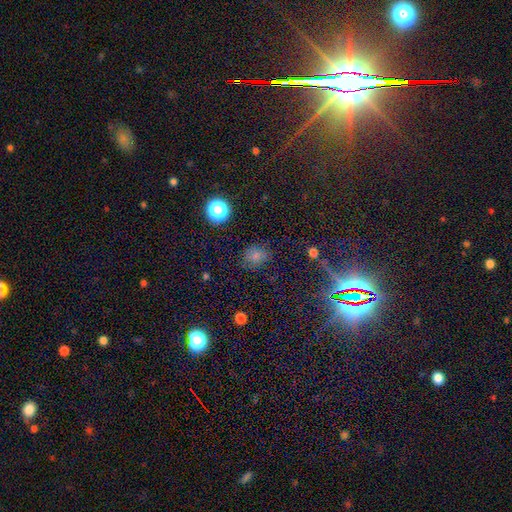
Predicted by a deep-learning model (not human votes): Smooth or featured?
  - smooth: 72% *
  - star or artifact: 21%
  - featured or disk: 7%
How rounded?
  - round: 63% *
  - in between: 35%
  - cigar-shaped: 1%
Merging?
  - none: 78% *
  - minor disturbance: 15%
  - major disturbance: 5%
  - merger: 2%